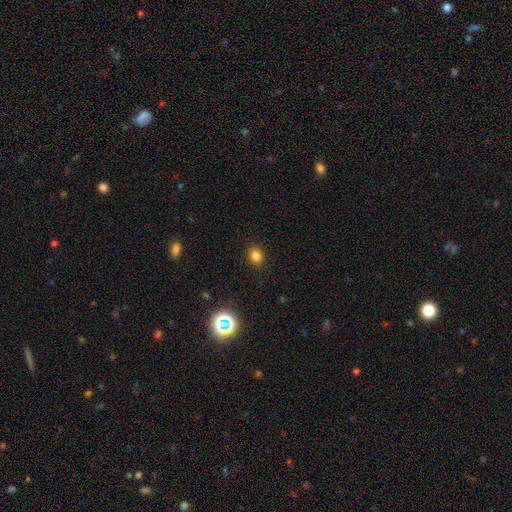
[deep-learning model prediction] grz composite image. It shows a smooth galaxy with no disk features (80%) that is round (56%). Merging: none (89%).